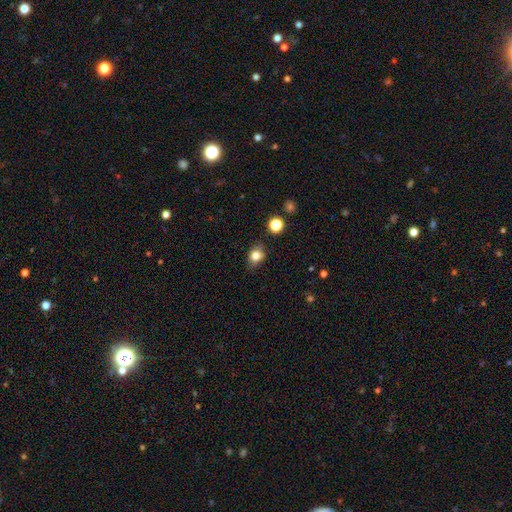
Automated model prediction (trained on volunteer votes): smooth-or-featured: smooth: 79% | star or artifact: 11% | featured or disk: 10%
  how-rounded: in between: 53% | round: 46% | cigar-shaped: 2%
  merging: none: 78% | minor disturbance: 16% | major disturbance: 4% | merger: 2%